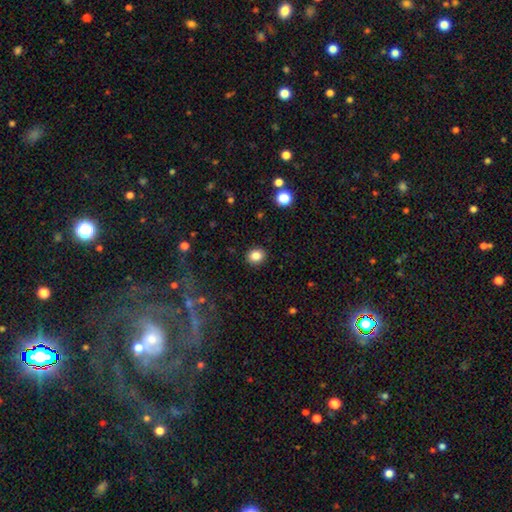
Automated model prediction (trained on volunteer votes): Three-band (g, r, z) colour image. It shows a smooth galaxy with no disk features (85%) that is round (70%). Merging: none (91%).